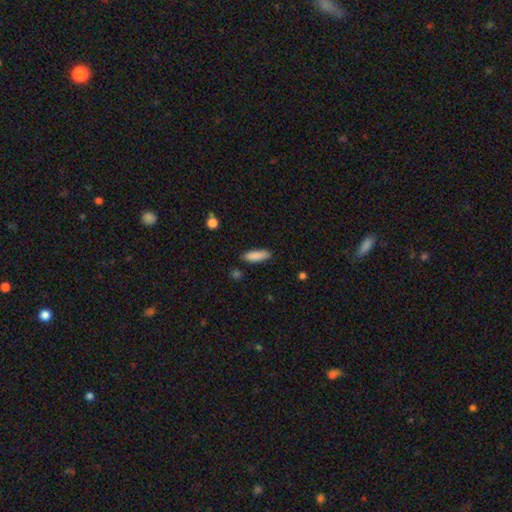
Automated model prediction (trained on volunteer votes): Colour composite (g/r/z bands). It shows a smooth galaxy with no disk features (88%) that is in between round and cigar-shaped (50%). Merging: none (85%).